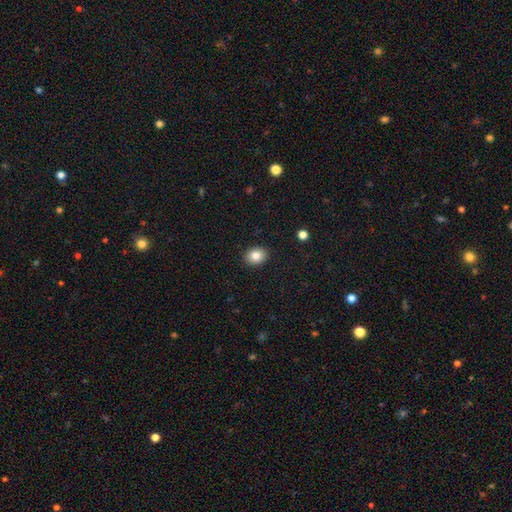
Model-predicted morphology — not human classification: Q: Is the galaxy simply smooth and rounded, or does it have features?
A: smooth — 84%.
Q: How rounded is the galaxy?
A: round — 55%.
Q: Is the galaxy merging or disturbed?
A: none — 90%.